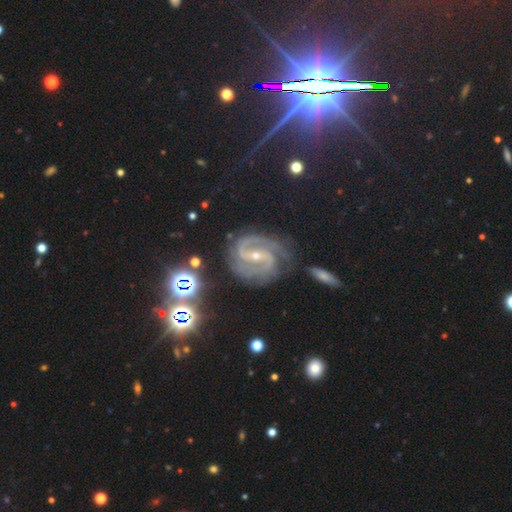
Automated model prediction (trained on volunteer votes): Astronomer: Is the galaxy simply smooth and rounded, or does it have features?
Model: featured or disk — 89%.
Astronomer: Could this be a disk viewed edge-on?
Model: no — 98%.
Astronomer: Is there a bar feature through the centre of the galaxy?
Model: strong — 46% (runner-up: weak, 37%).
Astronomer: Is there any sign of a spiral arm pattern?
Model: yes — 98%.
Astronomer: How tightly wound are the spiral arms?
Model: medium — 50% (runner-up: tight, 41%).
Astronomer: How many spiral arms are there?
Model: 2 — 82%.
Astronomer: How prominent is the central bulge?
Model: small — 69%.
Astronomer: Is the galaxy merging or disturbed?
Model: none — 71%.